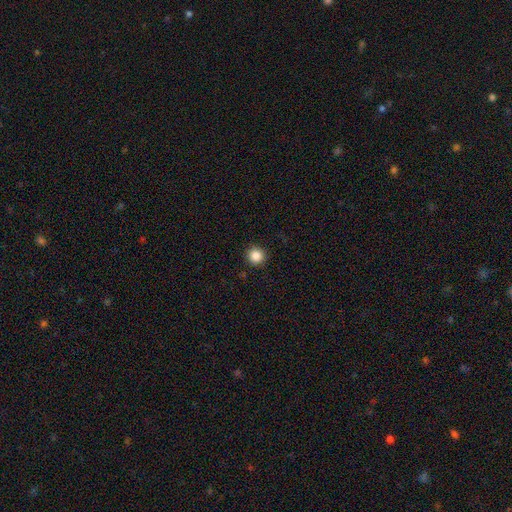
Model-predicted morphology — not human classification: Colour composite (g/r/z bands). It shows a smooth galaxy with no disk features (87%) that is round (95%). Merging: none (92%).